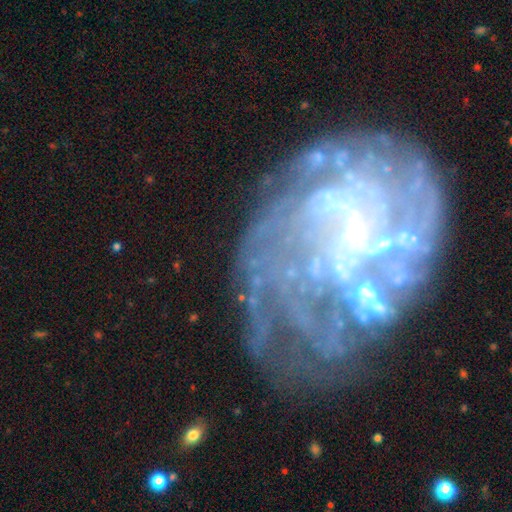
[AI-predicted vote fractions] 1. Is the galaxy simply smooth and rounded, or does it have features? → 79% featured or disk, 11% star or artifact, 10% smooth.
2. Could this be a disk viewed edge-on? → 98% no, 2% yes.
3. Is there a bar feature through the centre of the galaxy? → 47% no, 37% weak, 16% strong.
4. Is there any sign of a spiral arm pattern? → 71% yes, 29% no.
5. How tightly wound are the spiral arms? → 48% tight, 31% medium, 21% loose.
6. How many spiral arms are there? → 47% can't tell, 12% 2, 12% 4, 11% 3, 11% more than 4, 7% 1.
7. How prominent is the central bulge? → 48% small, 37% none, 12% moderate, 2% large, 1% dominant.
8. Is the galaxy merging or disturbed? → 51% none, 22% major disturbance, 20% minor disturbance, 6% merger.